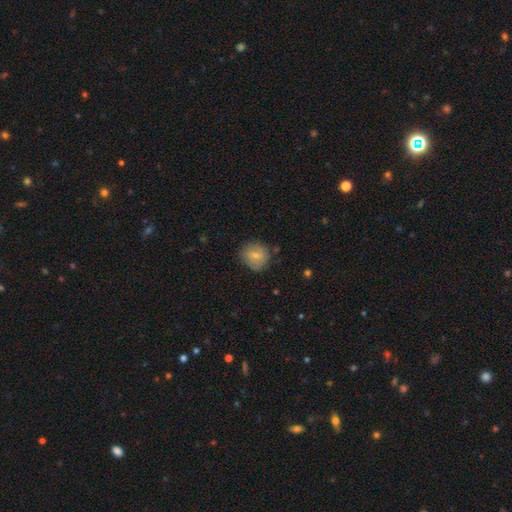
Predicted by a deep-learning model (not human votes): A smooth galaxy with no disk features (74%) that is round (82%).

Vote fractions:
- Smooth or featured? smooth: 74% / featured or disk: 18% / star or artifact: 9%
- How rounded? round: 82% / in between: 17% / cigar-shaped: 1%
- Merging? none: 75% / minor disturbance: 18% / major disturbance: 5% / merger: 2%